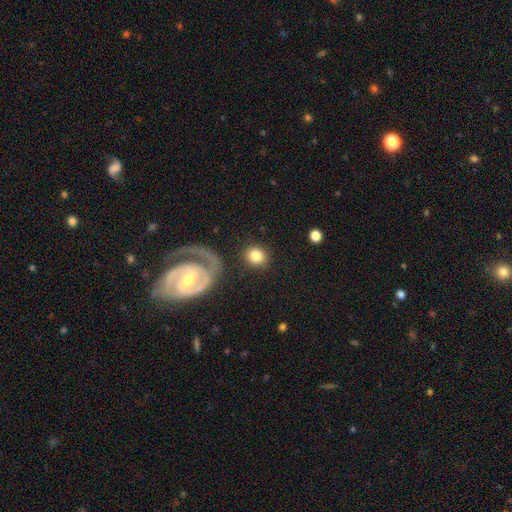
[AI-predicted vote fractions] The model was most divided on "how rounded": round: 82%, in between: 17%, cigar-shaped: 1%. More confident: merging — none (85%); smooth or featured — smooth (80%).